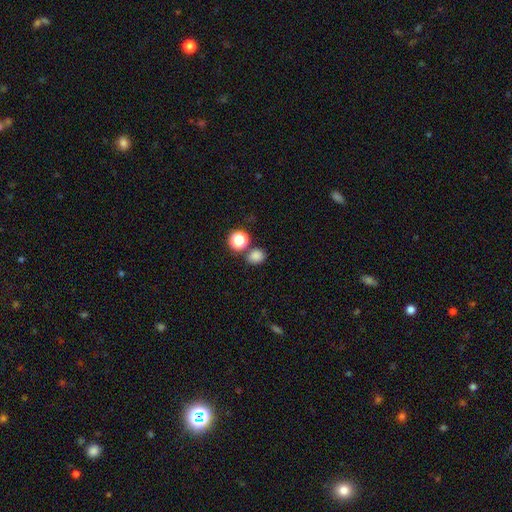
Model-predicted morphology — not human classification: A smooth galaxy with no disk features (80%) that is round (62%).

Vote fractions:
- Smooth or featured? smooth: 80% / star or artifact: 15% / featured or disk: 5%
- How rounded? round: 62% / in between: 37% / cigar-shaped: 1%
- Merging? none: 72% / merger: 16% / minor disturbance: 9% / major disturbance: 3%